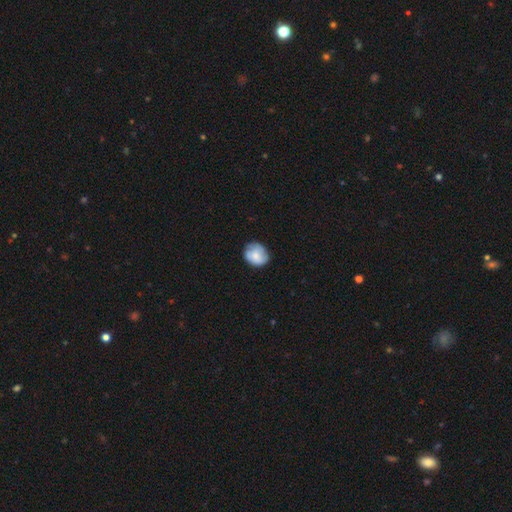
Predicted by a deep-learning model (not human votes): smooth-or-featured: smooth: 70% | featured or disk: 23% | star or artifact: 7%
  how-rounded: round: 64% | in between: 35% | cigar-shaped: 1%
  merging: none: 68% | minor disturbance: 26% | major disturbance: 5% | merger: 1%